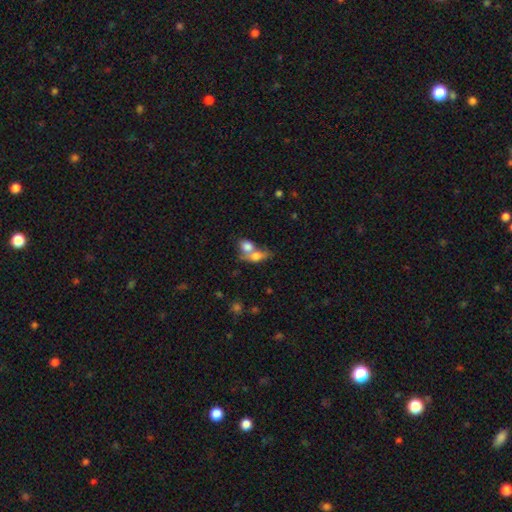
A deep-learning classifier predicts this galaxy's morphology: Overall: smooth (73%). How rounded: in between (65%; round 29%). Merging: merger (66%).